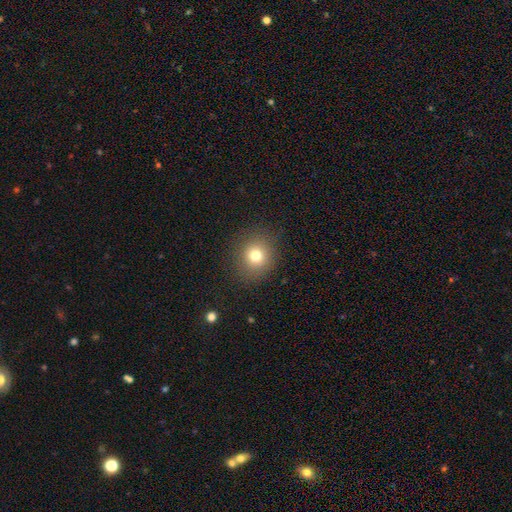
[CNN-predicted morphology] Smooth or featured: smooth — 75% (star or artifact — 14%)
How rounded: round — 83% (in between — 16%)
Merging: none — 86% (minor disturbance — 9%)